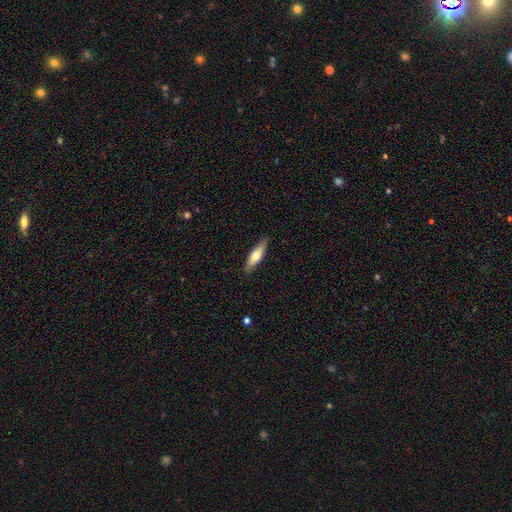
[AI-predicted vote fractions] smooth-or-featured: smooth: 60% | featured or disk: 34% | star or artifact: 6%
  how-rounded: cigar-shaped: 64% | in between: 34% | round: 2%
  merging: none: 86% | minor disturbance: 11% | major disturbance: 2% | merger: 1%